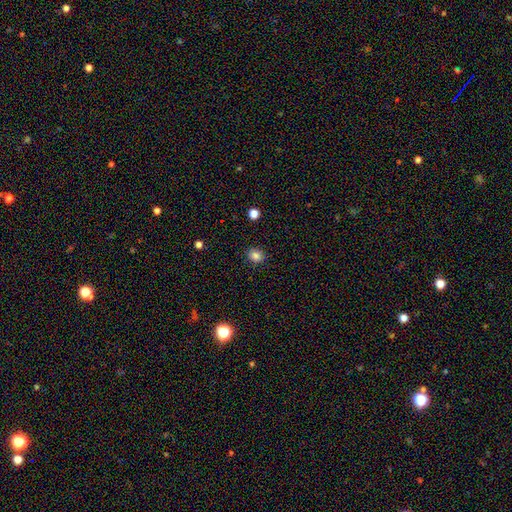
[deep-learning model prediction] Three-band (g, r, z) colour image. It shows a smooth galaxy with no disk features (84%) that is round (59%). Merging: none (88%).